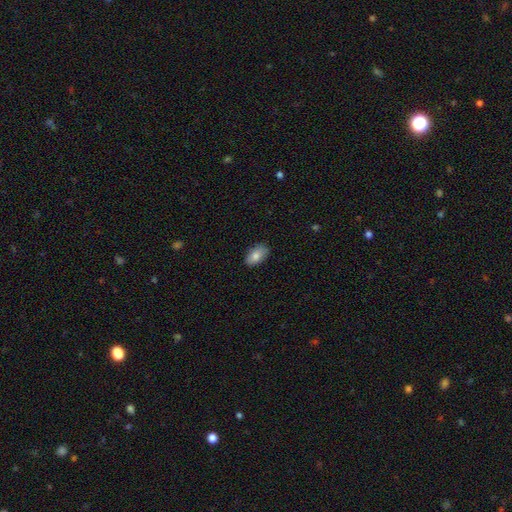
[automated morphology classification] smooth-or-featured: smooth: 82% | featured or disk: 12% | star or artifact: 7%
  how-rounded: in between: 93% | round: 5% | cigar-shaped: 2%
  merging: none: 85% | minor disturbance: 12% | major disturbance: 2% | merger: 1%